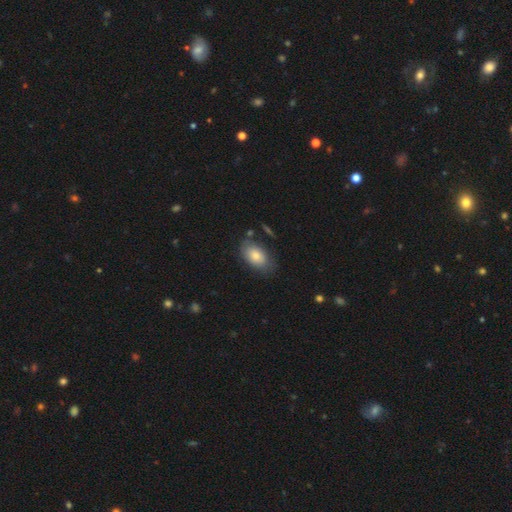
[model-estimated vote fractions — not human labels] Smooth or featured: smooth — 81% (featured or disk — 12%)
How rounded: in between — 90% (round — 8%)
Merging: none — 72% (minor disturbance — 18%)